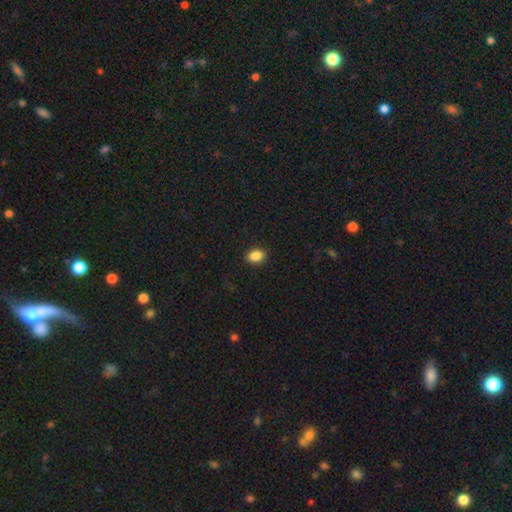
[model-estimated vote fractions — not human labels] Morphology: type=smooth (88%); roundness=in between (83%); merging=none (89%).